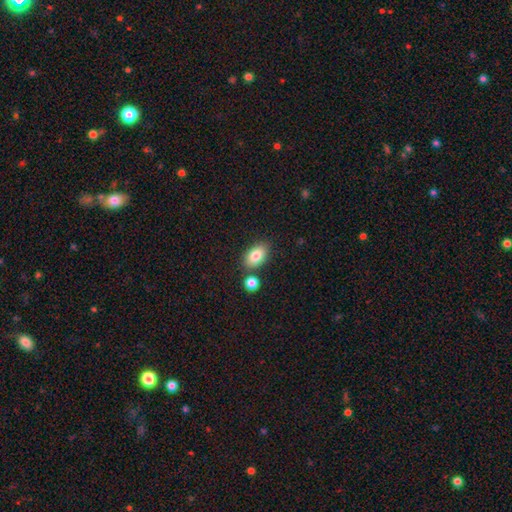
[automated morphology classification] Smooth or featured? Predicted: smooth (p=0.83). How rounded? Predicted: in between (p=0.90). Merging? Predicted: none (p=0.74).